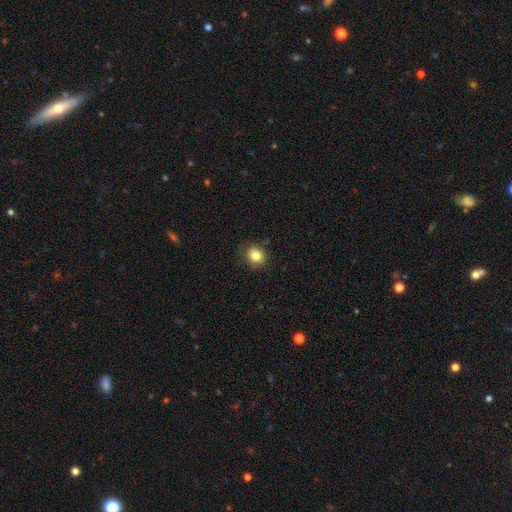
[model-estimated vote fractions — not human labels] smooth-or-featured: smooth: 82% | star or artifact: 11% | featured or disk: 8%
  how-rounded: round: 67% | in between: 32% | cigar-shaped: 1%
  merging: none: 75% | minor disturbance: 19% | major disturbance: 4% | merger: 2%